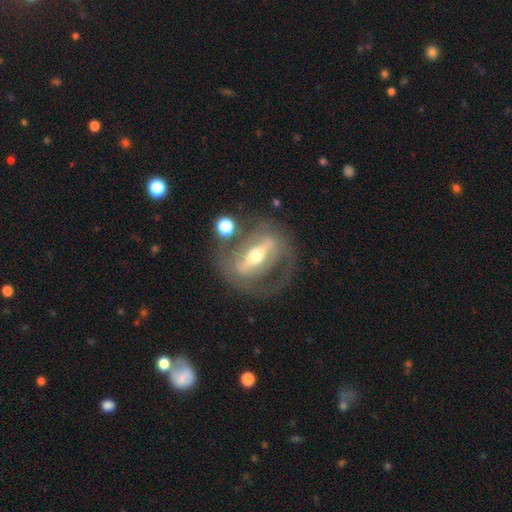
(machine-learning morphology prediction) featured or disk 82%, smooth 12%, star or artifact 6%. Down the decision tree: edge-on disk — no (78%); bar — strong (78%); spiral arms — no (53%); bulge size — moderate (72%); merging — none (67%).